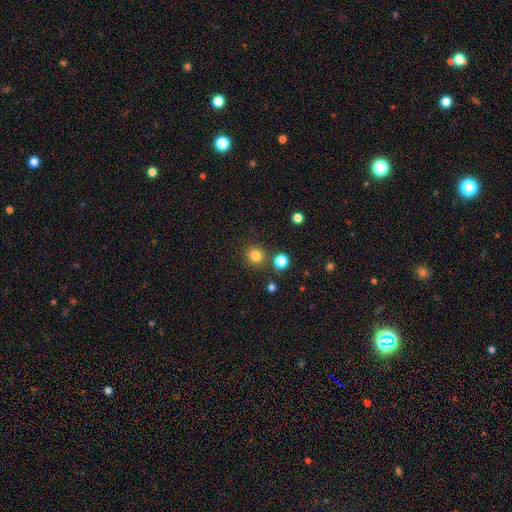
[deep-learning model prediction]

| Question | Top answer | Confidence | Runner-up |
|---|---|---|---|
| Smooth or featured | smooth | 82% | star or artifact (14%) |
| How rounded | round | 92% | in between (7%) |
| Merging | none | 83% | merger (7%) |